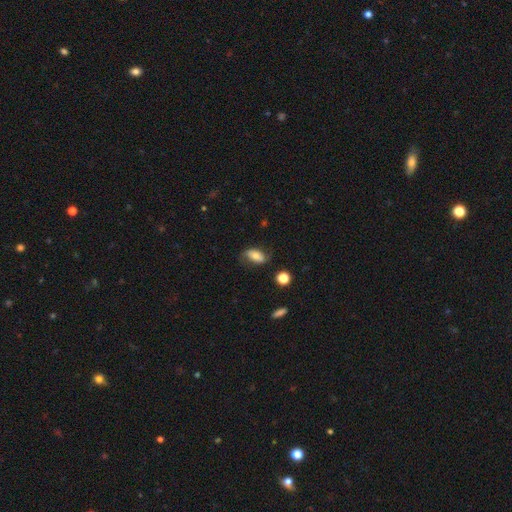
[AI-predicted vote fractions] This appears to be a smooth galaxy with no disk features (61%) that is in between round and cigar-shaped (87%). Merging: none (65%).